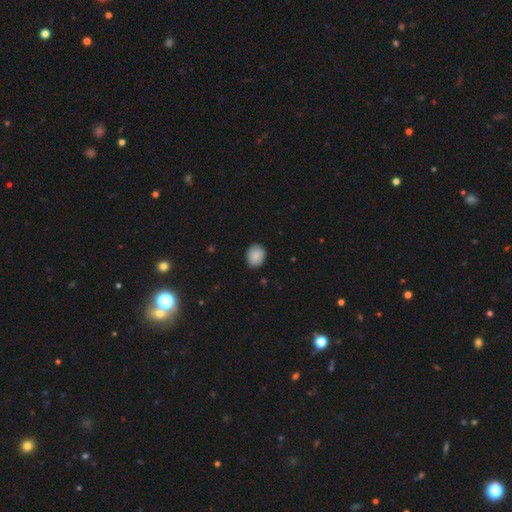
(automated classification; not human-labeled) A smooth galaxy with no disk features (88%) that is in between round and cigar-shaped (55%). Merging: none (87%).